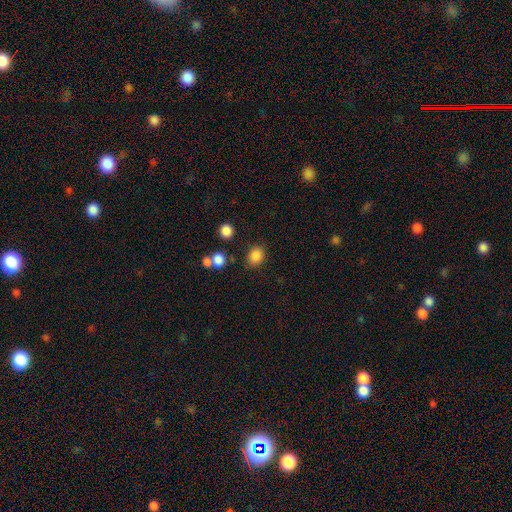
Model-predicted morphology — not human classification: This is clearly a smooth galaxy (85%). How rounded: possibly in between (51%). Merging: likely none (79%).